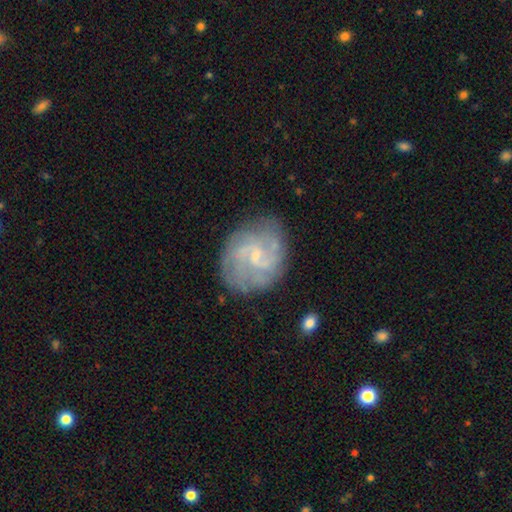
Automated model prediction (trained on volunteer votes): featured or disk 78%, smooth 15%, star or artifact 7%. Down the decision tree: edge-on disk — no (98%); bar — weak (51%); spiral arms — yes (91%); spiral arm count — 2 (37%); spiral winding — medium (44%); bulge size — small (71%); merging — none (74%).